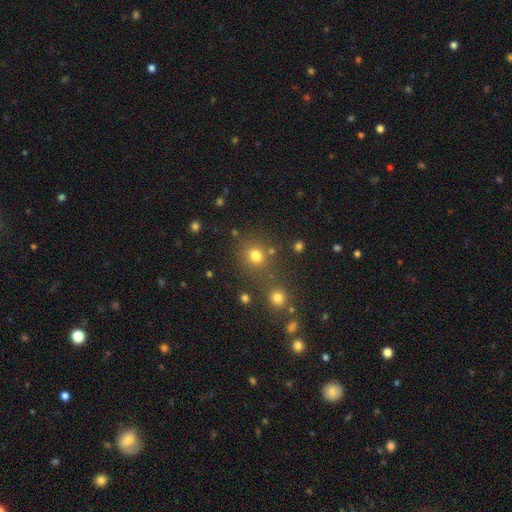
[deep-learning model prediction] Morphology: type=smooth (76%); roundness=round (86%); merging=none (72%).